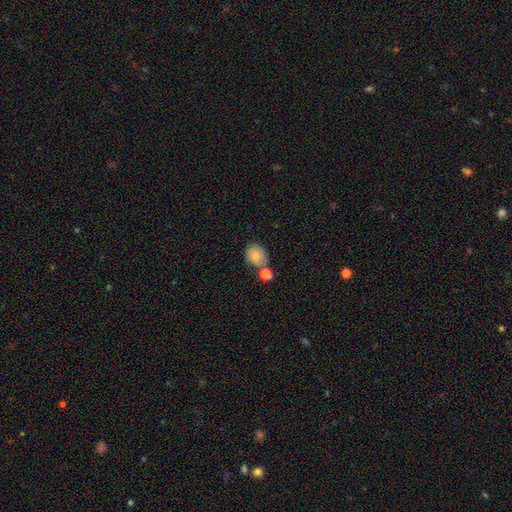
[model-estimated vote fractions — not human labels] A smooth galaxy with no disk features (78%) that is round (62%).

Vote fractions:
- Smooth or featured? smooth: 78% / featured or disk: 13% / star or artifact: 9%
- How rounded? round: 62% / in between: 37% / cigar-shaped: 1%
- Merging? none: 52% / merger: 28% / minor disturbance: 15% / major disturbance: 4%